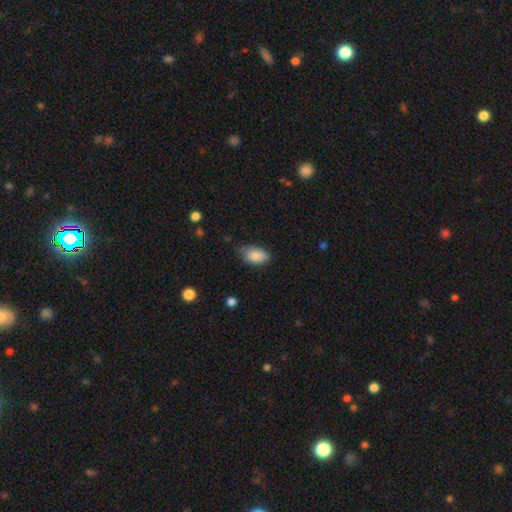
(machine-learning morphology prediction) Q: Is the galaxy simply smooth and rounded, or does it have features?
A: smooth — 84%.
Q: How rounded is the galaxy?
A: in between — 92%.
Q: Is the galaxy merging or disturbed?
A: none — 64%.